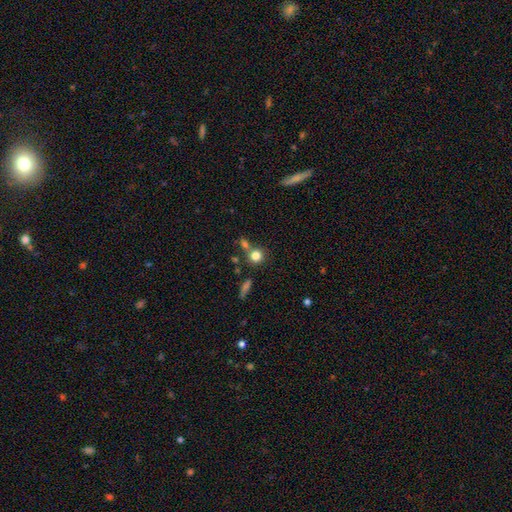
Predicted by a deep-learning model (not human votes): A smooth galaxy with no disk features (80%) that is round (84%). Merging: none (58%).